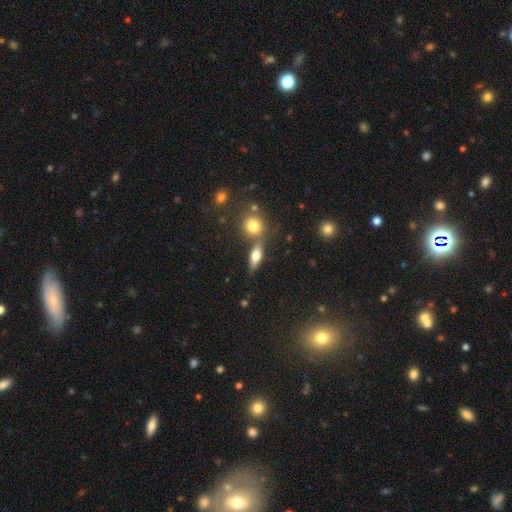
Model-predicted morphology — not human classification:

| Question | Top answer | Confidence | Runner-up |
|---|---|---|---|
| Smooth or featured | smooth | 61% | featured or disk (29%) |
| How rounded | in between | 60% | cigar-shaped (29%) |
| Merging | none | 65% | merger (20%) |